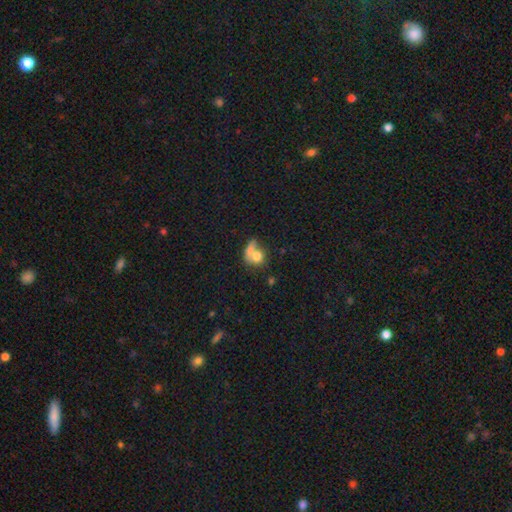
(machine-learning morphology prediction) Q: Smooth or featured?
A: smooth (71%); runner-up: featured or disk (20%)
Q: How rounded?
A: round (56%); runner-up: in between (41%)
Q: Merging?
A: merger (59%); runner-up: none (25%)